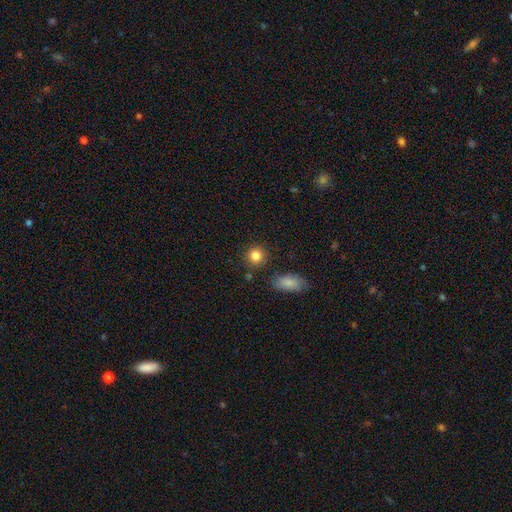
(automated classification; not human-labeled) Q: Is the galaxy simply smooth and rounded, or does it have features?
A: smooth — 85%.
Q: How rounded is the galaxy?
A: round — 88%.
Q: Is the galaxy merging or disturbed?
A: none — 83%.